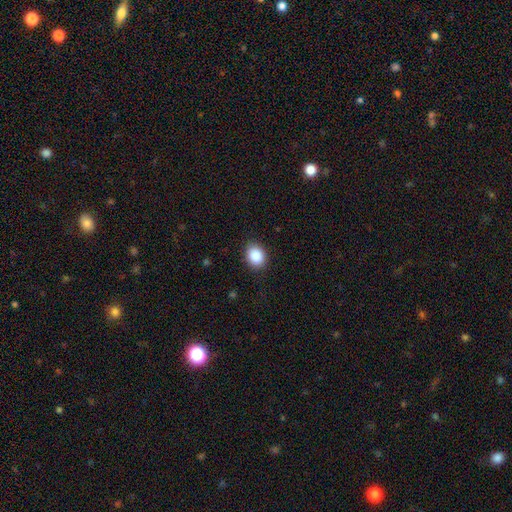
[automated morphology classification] Smooth or featured? smooth (88%)
How rounded? in between (59%)
Merging? none (87%)